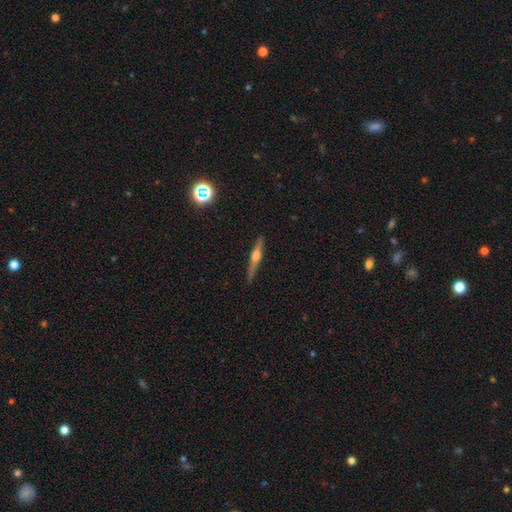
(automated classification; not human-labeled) Overall: featured or disk (70%). Edge-on disk: yes (98%). Edge-on bulge: rounded (90%). Merging: none (88%).